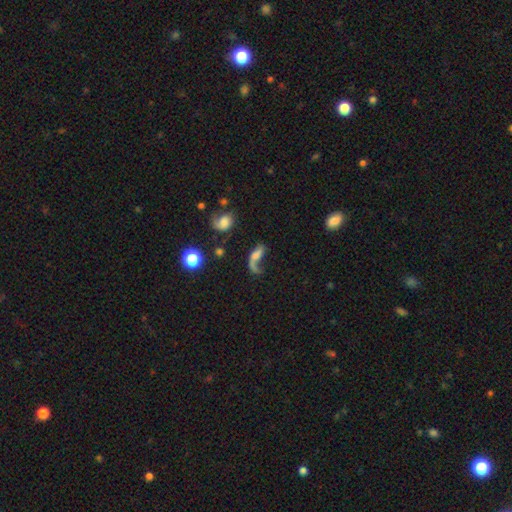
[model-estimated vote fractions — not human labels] Q: Smooth or featured?
A: featured or disk (53%); runner-up: smooth (34%)
Q: Edge-on disk?
A: no (90%); runner-up: yes (10%)
Q: Merging?
A: major disturbance (43%); runner-up: none (28%)